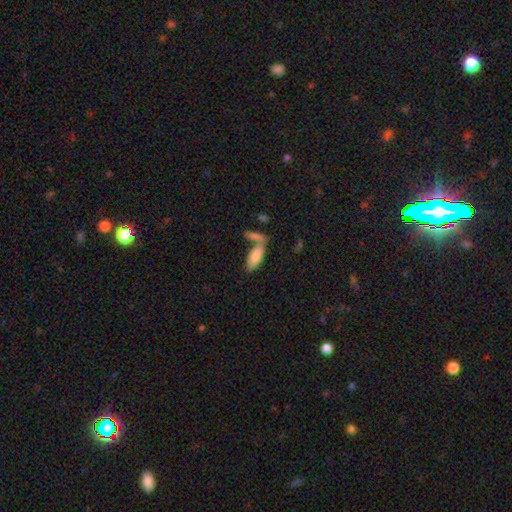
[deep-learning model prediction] This appears to be a smooth galaxy with no disk features (82%) that is in between round and cigar-shaped (75%). Merging: none (46%).